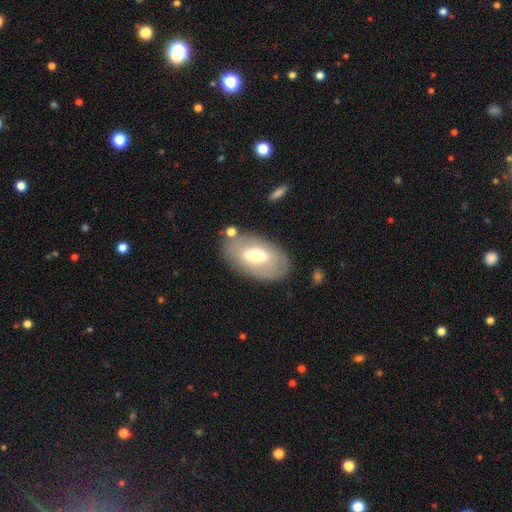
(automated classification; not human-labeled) Smooth or featured?
  - smooth: 49% *
  - featured or disk: 44%
  - star or artifact: 7%
Merging?
  - none: 77% *
  - minor disturbance: 13%
  - major disturbance: 5%
  - merger: 5%